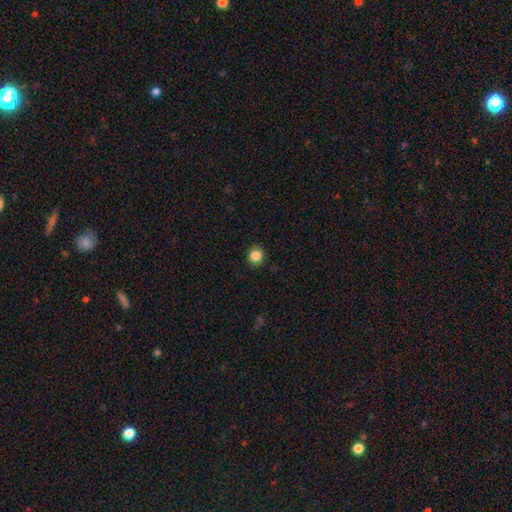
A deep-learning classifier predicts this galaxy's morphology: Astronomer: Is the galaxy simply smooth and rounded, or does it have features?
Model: smooth — 85%.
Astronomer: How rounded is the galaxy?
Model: round — 91%.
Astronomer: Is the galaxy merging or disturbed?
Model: none — 91%.